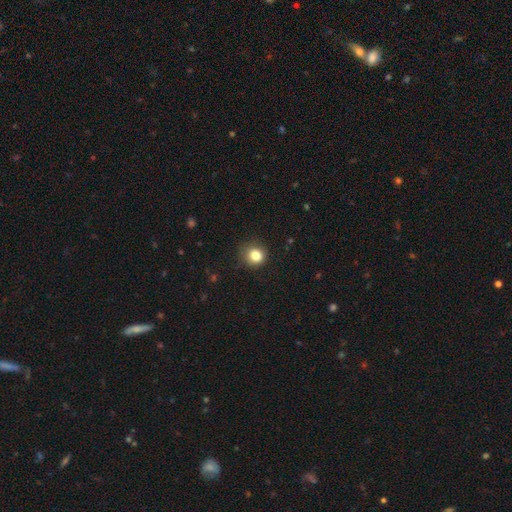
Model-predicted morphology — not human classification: A smooth galaxy with no disk features (82%) that is round (88%).

Vote fractions:
- Smooth or featured? smooth: 82% / star or artifact: 12% / featured or disk: 6%
- How rounded? round: 88% / in between: 11% / cigar-shaped: 1%
- Merging? none: 82% / minor disturbance: 14% / major disturbance: 3% / merger: 1%